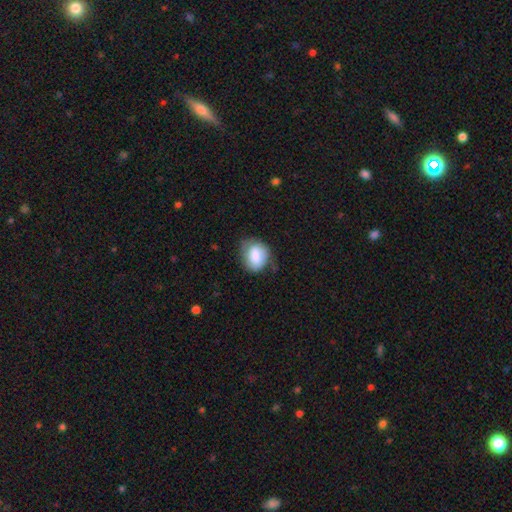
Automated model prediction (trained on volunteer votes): A smooth galaxy with no disk features (77%) that is in between round and cigar-shaped (50%).

Vote fractions:
- Smooth or featured? smooth: 77% / featured or disk: 16% / star or artifact: 7%
- How rounded? in between: 50% / round: 49% / cigar-shaped: 1%
- Merging? none: 56% / minor disturbance: 32% / major disturbance: 10% / merger: 2%